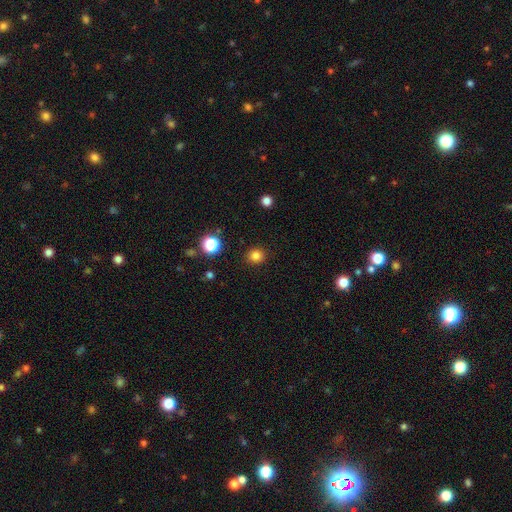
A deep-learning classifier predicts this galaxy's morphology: This appears to be a smooth galaxy with no disk features (82%) that is round (87%). Merging: none (90%).